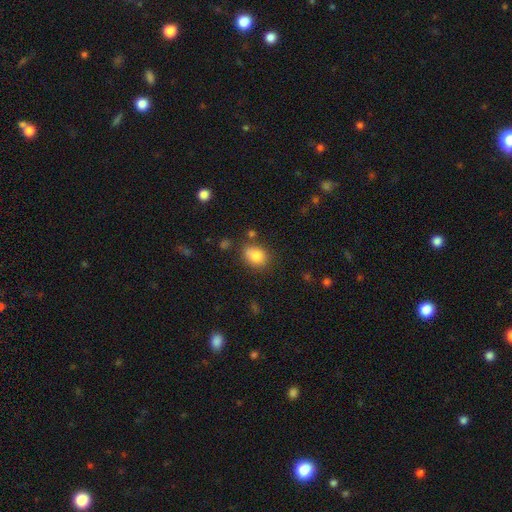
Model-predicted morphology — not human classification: Smooth or featured?
  - smooth: 84% *
  - star or artifact: 9%
  - featured or disk: 7%
How rounded?
  - in between: 62% *
  - round: 37%
  - cigar-shaped: 1%
Merging?
  - none: 70% *
  - minor disturbance: 19%
  - merger: 6%
  - major disturbance: 5%